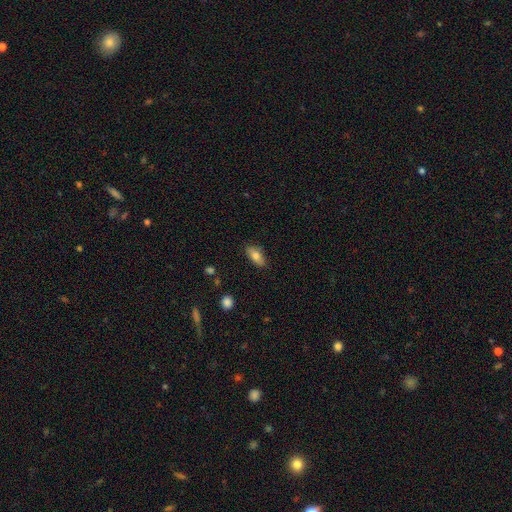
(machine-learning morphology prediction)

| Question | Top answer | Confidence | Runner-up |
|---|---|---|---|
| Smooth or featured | smooth | 76% | featured or disk (17%) |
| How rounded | in between | 83% | cigar-shaped (13%) |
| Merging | none | 85% | minor disturbance (11%) |